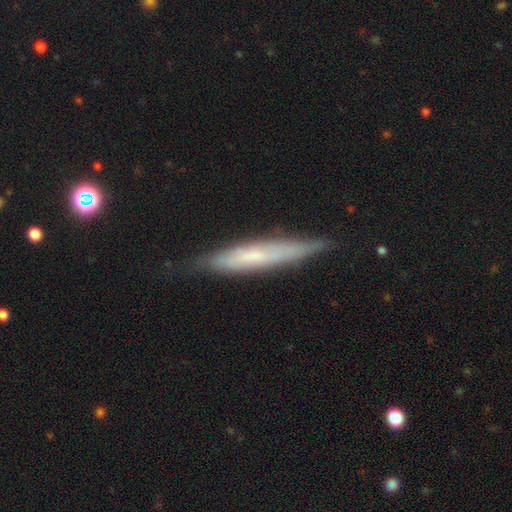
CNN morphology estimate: Smooth or featured? Predicted: featured or disk (p=0.47). Merging? Predicted: none (p=0.76).